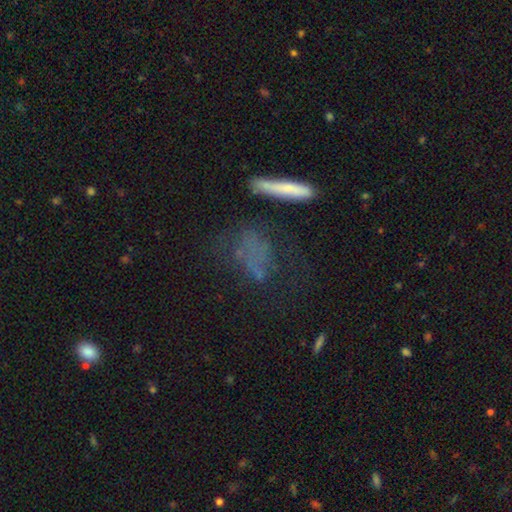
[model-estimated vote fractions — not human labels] Smooth or featured? Predicted: smooth (p=0.47). Merging? Predicted: none (p=0.50).